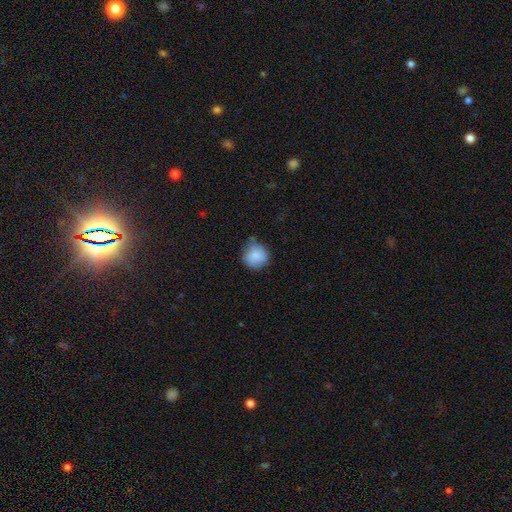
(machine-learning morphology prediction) smooth_or_featured: smooth (p=0.85) [alt: star or artifact p=0.07]
how_rounded: round (p=0.90) [alt: in between p=0.09]
merging: none (p=0.65) [alt: minor disturbance p=0.28]